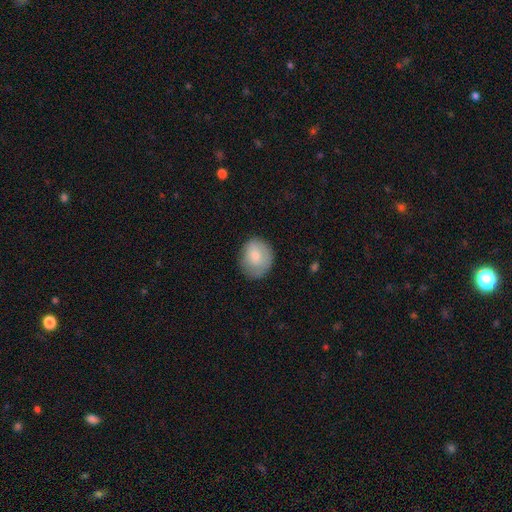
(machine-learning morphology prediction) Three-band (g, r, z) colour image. It shows a smooth galaxy with no disk features (77%) that is round (65%). Merging: none (74%).